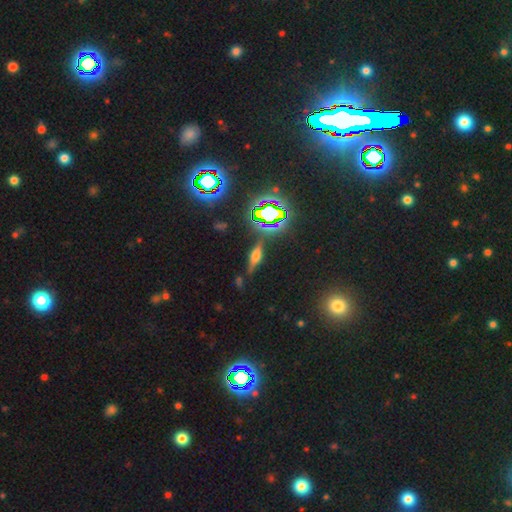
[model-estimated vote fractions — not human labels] A featured or disk galaxy (50%) viewed edge-on (89%). Merging: none (78%).